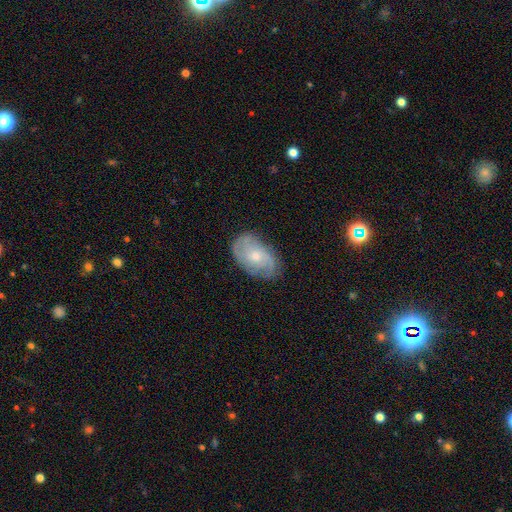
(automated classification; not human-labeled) This is likely a featured or disk galaxy (69%). It is clearly not viewed edge-on (96%). Bar: likely no (72%). Spiral arm pattern: clearly yes (90%). Spiral arm count: marginally 2 (37%). Spiral winding: marginally tight (43%). Central bulge: possibly small (48%). Merging: likely none (74%).